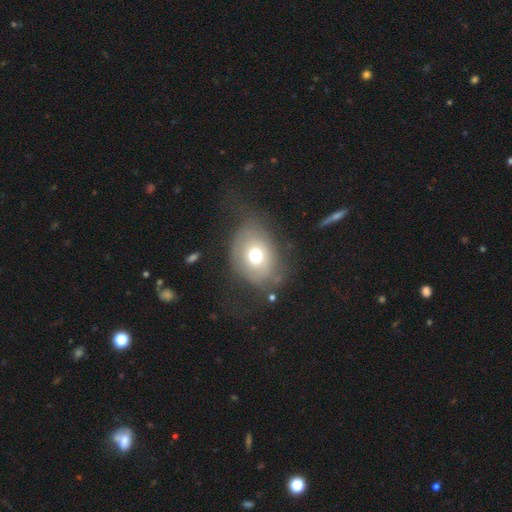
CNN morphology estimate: Overall: smooth (64%). How rounded: in between (58%; round 41%). Merging: none (56%; minor disturbance 23%).